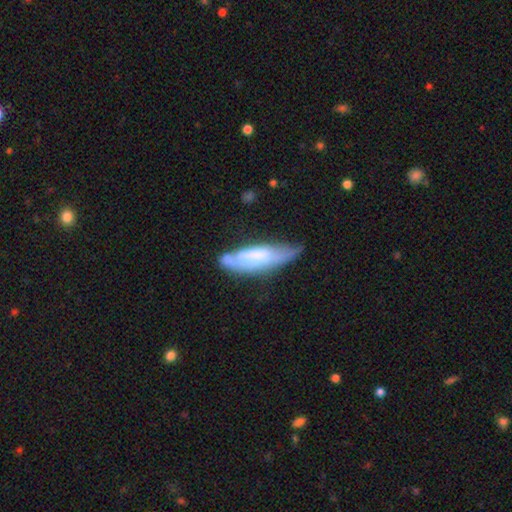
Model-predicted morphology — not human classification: smooth-or-featured: smooth: 48% | featured or disk: 45% | star or artifact: 7%
  merging: none: 43% | minor disturbance: 35% | major disturbance: 14% | merger: 7%